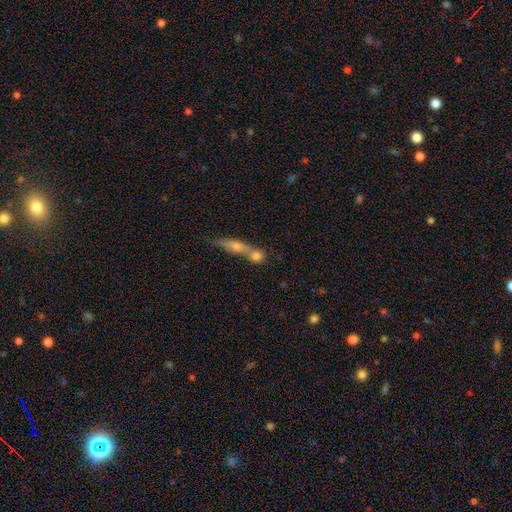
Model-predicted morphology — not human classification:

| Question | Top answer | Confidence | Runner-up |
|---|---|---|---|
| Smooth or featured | featured or disk | 45% | smooth (43%) |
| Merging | merger | 46% | none (39%) |